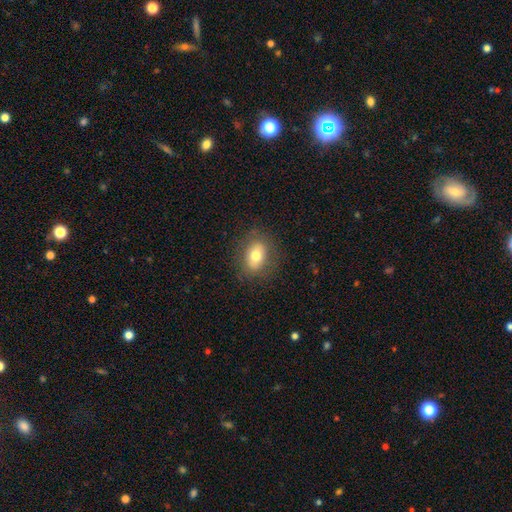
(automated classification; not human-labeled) Overall: smooth (72%). How rounded: in between (74%). Merging: none (83%).